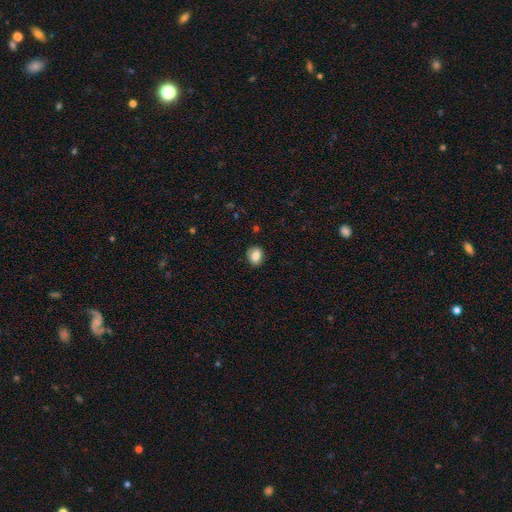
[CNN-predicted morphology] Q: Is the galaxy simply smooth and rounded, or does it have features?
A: smooth — 80%.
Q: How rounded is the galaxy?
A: in between — 53%.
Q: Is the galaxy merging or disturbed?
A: none — 85%.